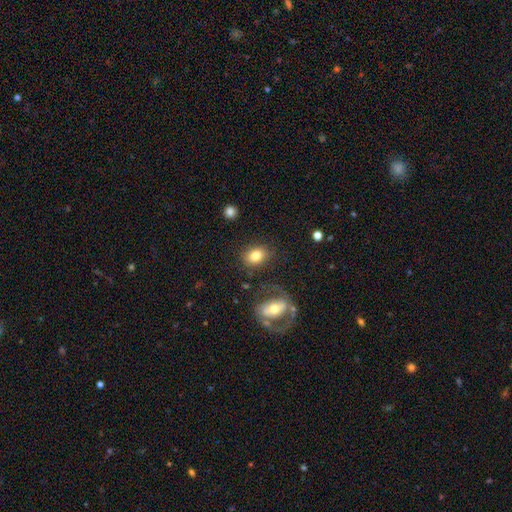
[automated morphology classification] Overall: smooth (80%). How rounded: in between (67%; round 32%). Merging: none (78%).